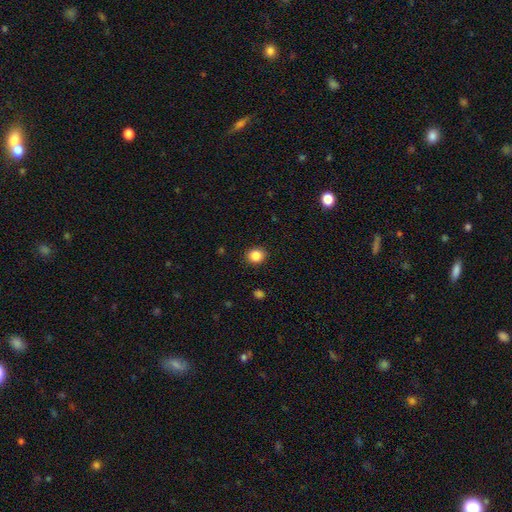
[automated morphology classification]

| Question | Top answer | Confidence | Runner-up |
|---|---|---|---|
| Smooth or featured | smooth | 86% | star or artifact (10%) |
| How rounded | round | 78% | in between (21%) |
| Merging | none | 90% | minor disturbance (7%) |